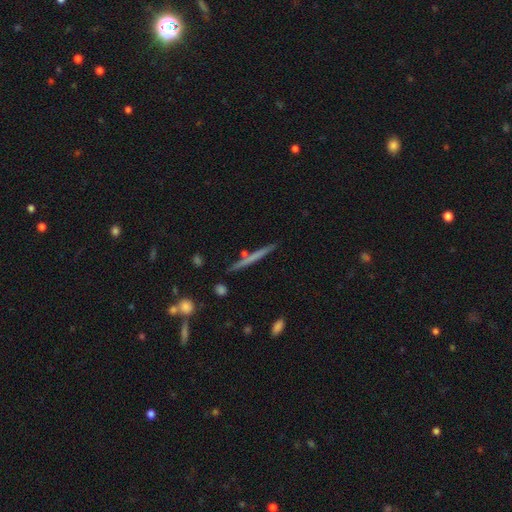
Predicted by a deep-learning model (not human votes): smooth-or-featured: featured or disk: 43% | smooth: 31% | star or artifact: 27%
  merging: none: 75% | minor disturbance: 10% | merger: 9% | major disturbance: 6%